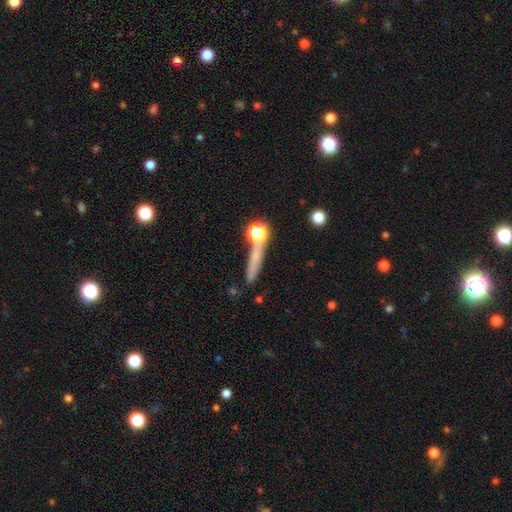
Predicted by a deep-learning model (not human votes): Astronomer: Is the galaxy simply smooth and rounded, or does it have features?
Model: smooth — 56%.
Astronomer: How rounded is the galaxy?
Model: cigar-shaped — 72%.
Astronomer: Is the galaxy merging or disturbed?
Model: none — 64%.